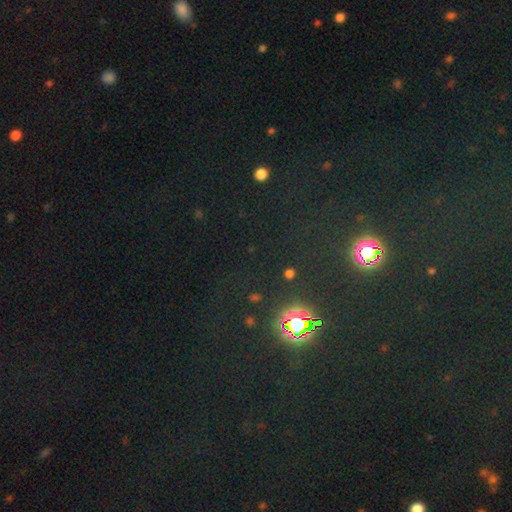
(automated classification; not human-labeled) This is likely a star or artifact rather than a galaxy (74%).